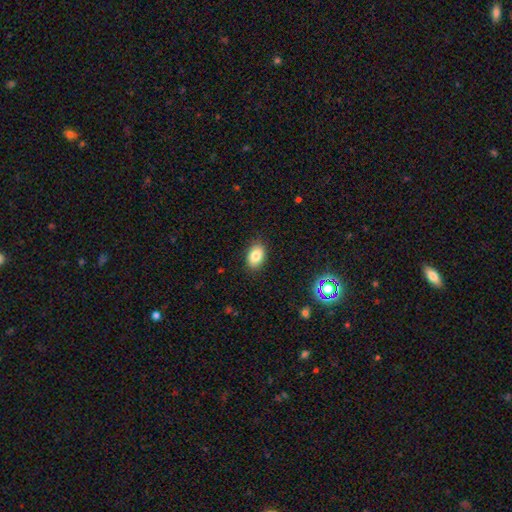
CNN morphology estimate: Smooth or featured? Predicted: smooth (p=0.83). How rounded? Predicted: in between (p=0.85). Merging? Predicted: none (p=0.85).